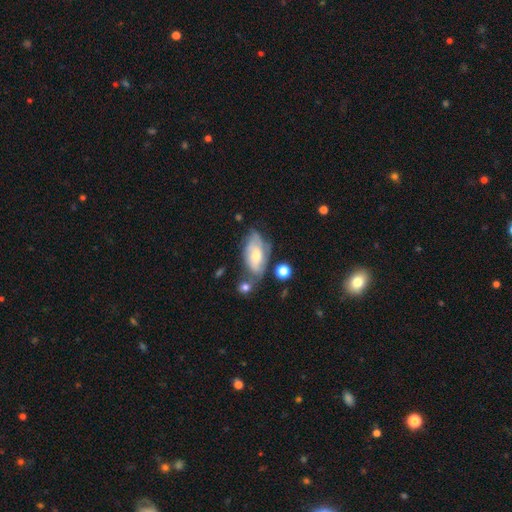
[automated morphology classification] smooth-or-featured: featured or disk: 48% | smooth: 45% | star or artifact: 7%
  merging: none: 40% | minor disturbance: 29% | major disturbance: 16% | merger: 15%